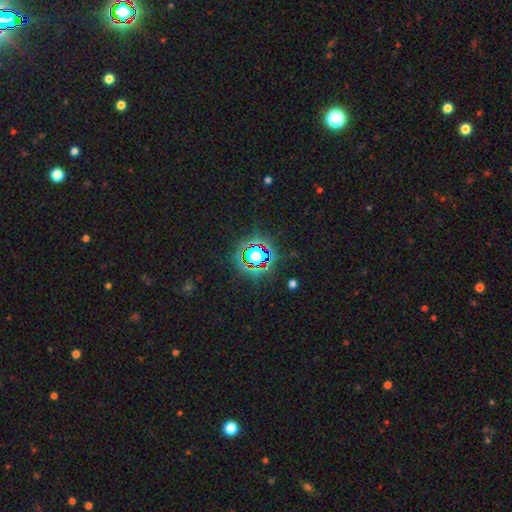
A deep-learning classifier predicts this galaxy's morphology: Smooth or featured? Predicted: star or artifact (p=0.70).